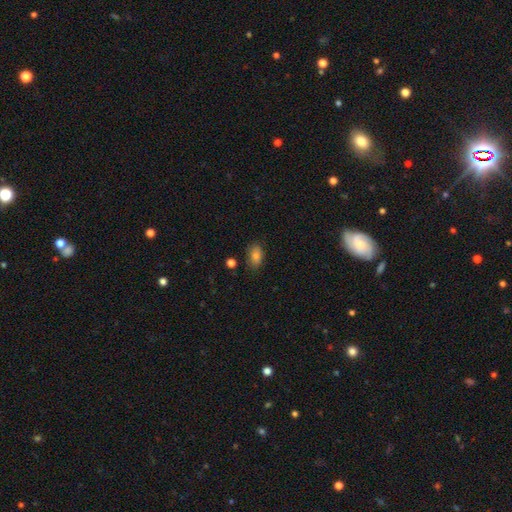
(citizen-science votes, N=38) A smooth galaxy with no disk features (84%) that is in between round and cigar-shaped (75%). Merging: none (69%).